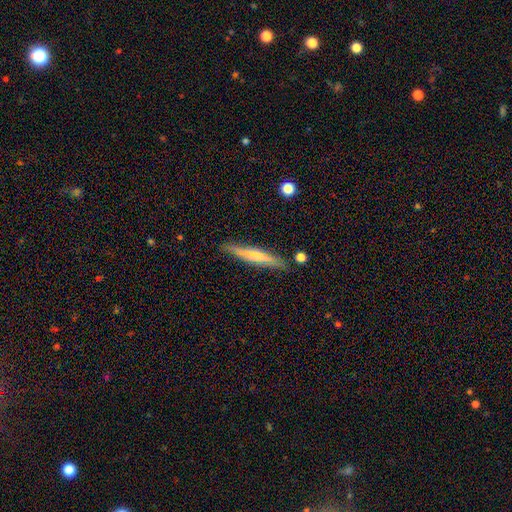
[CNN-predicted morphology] A featured or disk galaxy (49%). Merging: none (84%).